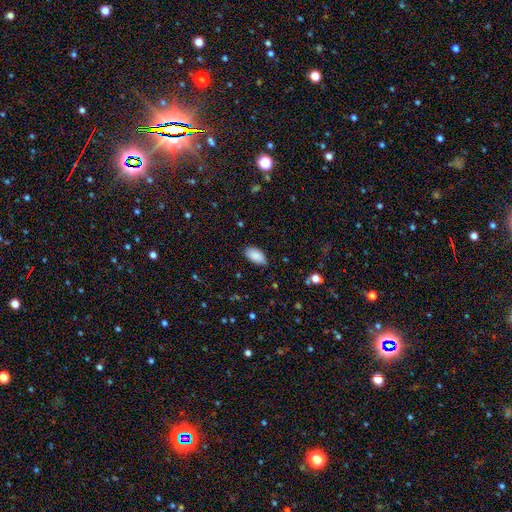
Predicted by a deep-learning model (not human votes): A smooth galaxy with no disk features (88%) that is in between round and cigar-shaped (95%).

Vote fractions:
- Smooth or featured? smooth: 88% / star or artifact: 7% / featured or disk: 4%
- How rounded? in between: 95% / round: 3% / cigar-shaped: 2%
- Merging? none: 84% / minor disturbance: 13% / major disturbance: 2% / merger: 1%